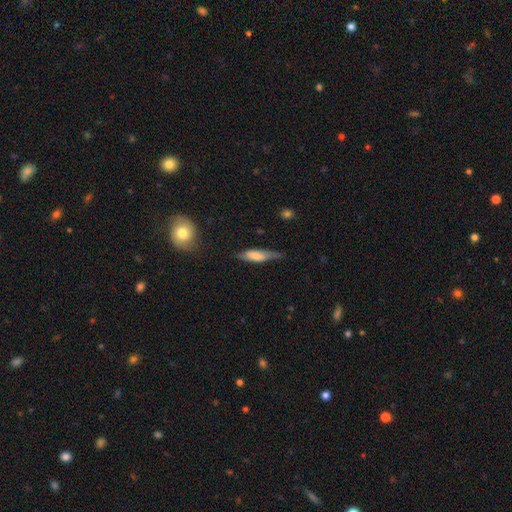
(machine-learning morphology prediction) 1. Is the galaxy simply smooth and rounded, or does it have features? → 64% smooth, 29% featured or disk, 6% star or artifact.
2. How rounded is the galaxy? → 66% cigar-shaped, 32% in between, 2% round.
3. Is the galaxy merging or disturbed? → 61% none, 29% minor disturbance, 8% major disturbance, 2% merger.